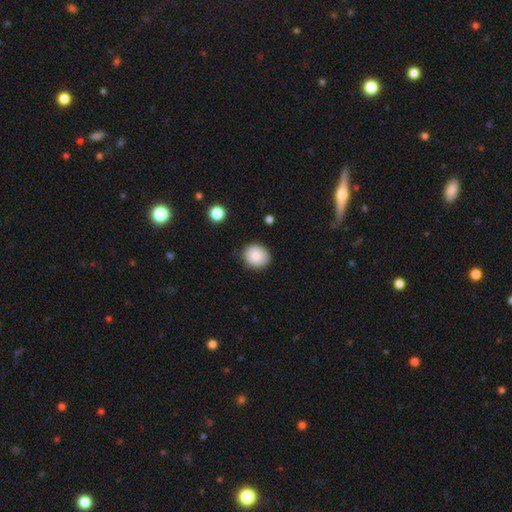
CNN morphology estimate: This is clearly a smooth galaxy (86%). How rounded: likely round (80%). Merging: clearly none (85%).